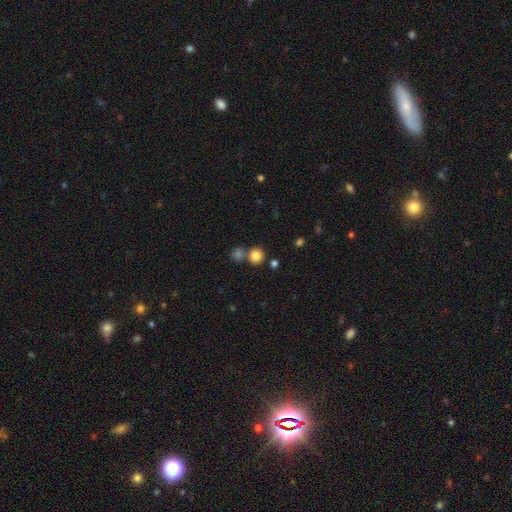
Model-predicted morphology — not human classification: This appears to be a smooth galaxy with no disk features (82%) that is round (89%). Merging: none (69%).